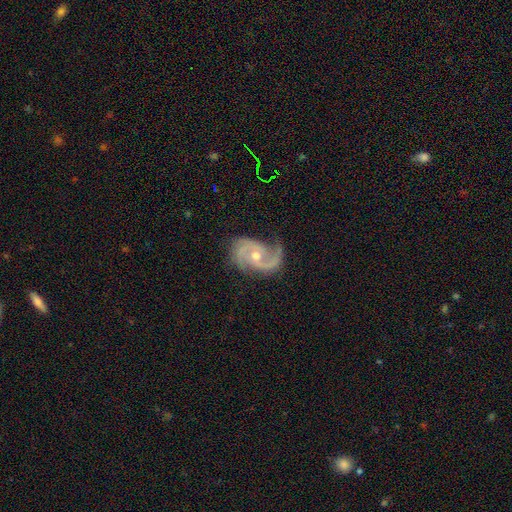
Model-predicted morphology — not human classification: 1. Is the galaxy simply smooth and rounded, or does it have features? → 90% featured or disk, 5% star or artifact, 5% smooth.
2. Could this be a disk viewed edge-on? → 98% no, 2% yes.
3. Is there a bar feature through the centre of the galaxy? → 62% no, 30% weak, 8% strong.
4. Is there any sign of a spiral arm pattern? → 98% yes, 2% no.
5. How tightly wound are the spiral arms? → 53% medium, 24% loose, 24% tight.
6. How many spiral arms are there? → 80% 2, 8% 3, 4% 1, 4% can't tell, 2% 4, 2% more than 4.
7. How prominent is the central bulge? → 54% moderate, 43% small, 1% large, 1% none, 1% dominant.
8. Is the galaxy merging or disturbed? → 65% none, 23% minor disturbance, 11% major disturbance, 2% merger.